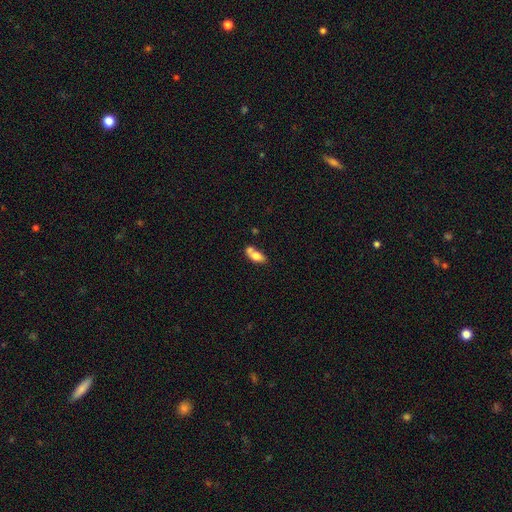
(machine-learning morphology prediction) type=smooth (71%); roundness=in between (84%); merging=merger (44%).